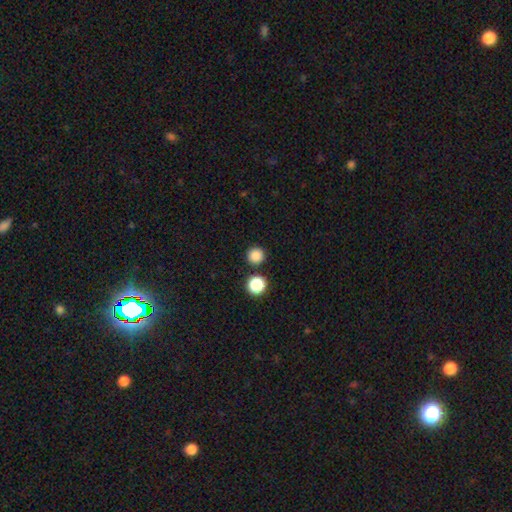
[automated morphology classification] Smooth or featured? Predicted: smooth (p=0.85). How rounded? Predicted: round (p=0.96). Merging? Predicted: none (p=0.88).